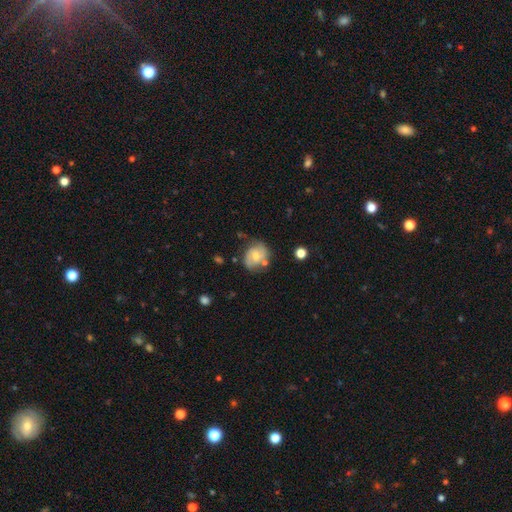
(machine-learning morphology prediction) type=featured or disk (55%); edge-on=no (97%); bar=no (57%); spiral arms=yes (79%); bulge=moderate (55%); merging=none (59%).